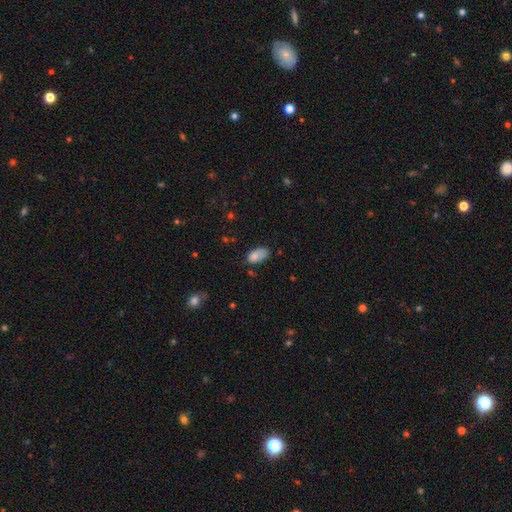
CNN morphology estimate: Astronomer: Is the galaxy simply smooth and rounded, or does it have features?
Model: smooth — 78%.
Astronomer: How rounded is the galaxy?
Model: in between — 92%.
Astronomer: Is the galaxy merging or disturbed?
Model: none — 44% (runner-up: minor disturbance, 34%).